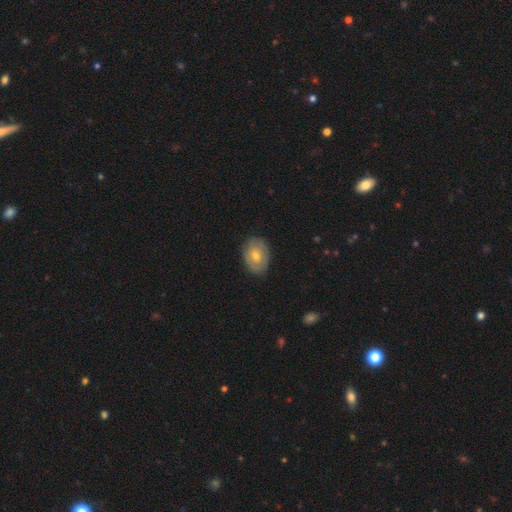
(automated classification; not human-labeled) smooth_or_featured: smooth (p=0.58) [alt: featured or disk p=0.35]
how_rounded: in between (p=0.72) [alt: round p=0.27]
merging: none (p=0.84) [alt: minor disturbance p=0.13]